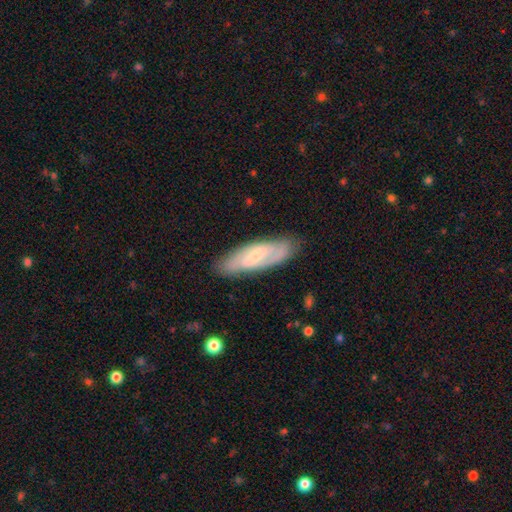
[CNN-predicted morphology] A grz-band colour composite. It shows a featured or disk galaxy (63%) with a weak bar (46%), spiral arms (78%) and a small central bulge (62%). Merging: none (82%).